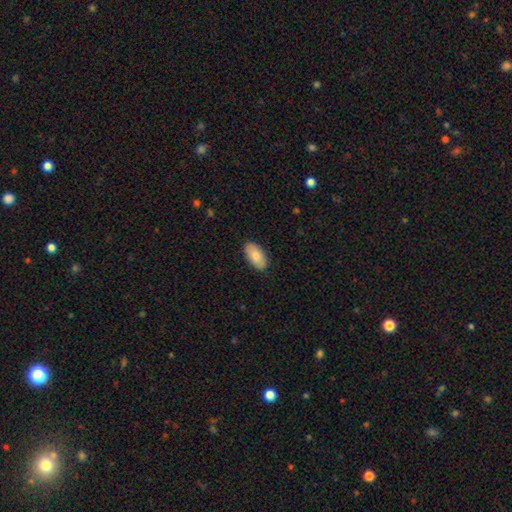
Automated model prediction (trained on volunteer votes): smooth-or-featured: smooth: 78% | featured or disk: 16% | star or artifact: 6%
  how-rounded: in between: 95% | round: 3% | cigar-shaped: 2%
  merging: none: 88% | minor disturbance: 9% | major disturbance: 2% | merger: 1%